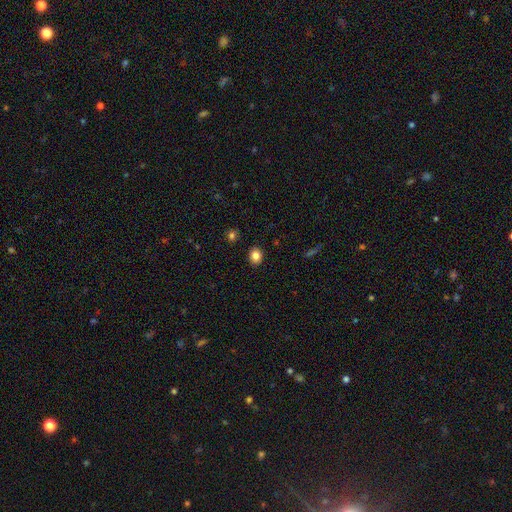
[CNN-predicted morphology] Smooth or featured?
  - smooth: 83% *
  - star or artifact: 11%
  - featured or disk: 6%
How rounded?
  - round: 62% *
  - in between: 37%
  - cigar-shaped: 1%
Merging?
  - none: 90% *
  - minor disturbance: 7%
  - major disturbance: 2%
  - merger: 1%